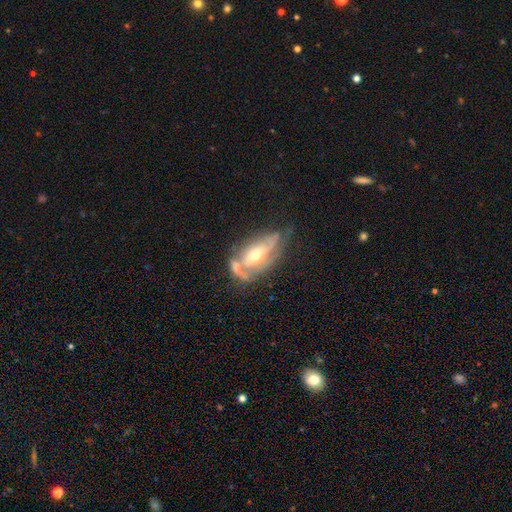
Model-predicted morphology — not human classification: Smooth or featured? featured or disk (70%)
Edge-on disk? no (82%)
Bar? no (53%)
Spiral arms? yes (65%)
Bulge size? moderate (59%)
Merging? none (33%)